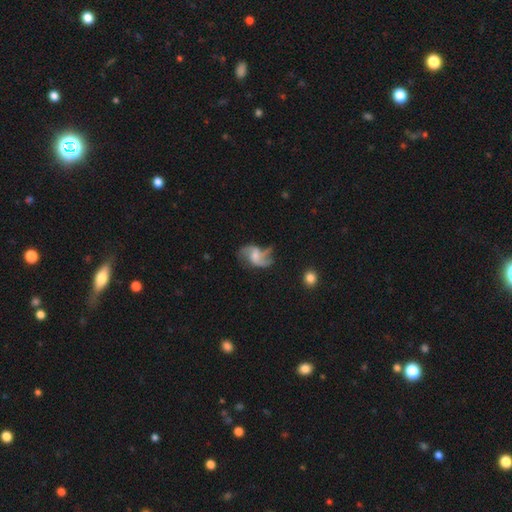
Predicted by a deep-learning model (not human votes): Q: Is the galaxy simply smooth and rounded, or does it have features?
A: featured or disk — 76%.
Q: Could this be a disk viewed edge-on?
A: no — 98%.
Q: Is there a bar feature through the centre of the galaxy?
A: weak — 47%.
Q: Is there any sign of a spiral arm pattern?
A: yes — 90%.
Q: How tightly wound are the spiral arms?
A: loose — 66%.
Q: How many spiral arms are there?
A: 2 — 72%.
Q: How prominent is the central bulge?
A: small — 42%.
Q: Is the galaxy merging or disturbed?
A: none — 46%.